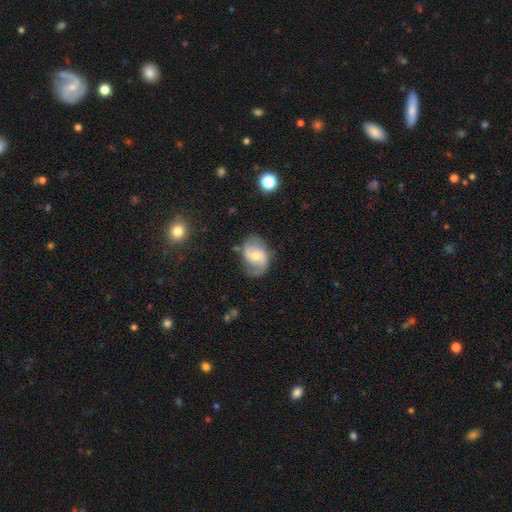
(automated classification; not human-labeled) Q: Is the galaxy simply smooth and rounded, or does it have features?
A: featured or disk — 70%.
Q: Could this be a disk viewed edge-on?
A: no — 97%.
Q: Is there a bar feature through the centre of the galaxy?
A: no — 50%.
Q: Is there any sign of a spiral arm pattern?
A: yes — 91%.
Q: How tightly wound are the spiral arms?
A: medium — 45%.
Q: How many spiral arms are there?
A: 2 — 85%.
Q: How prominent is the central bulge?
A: moderate — 50%.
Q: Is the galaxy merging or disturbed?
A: none — 67%.